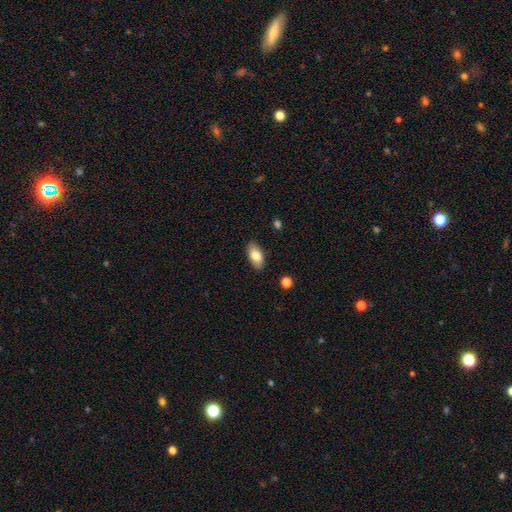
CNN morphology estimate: type=smooth (80%); roundness=in between (91%); merging=none (87%).